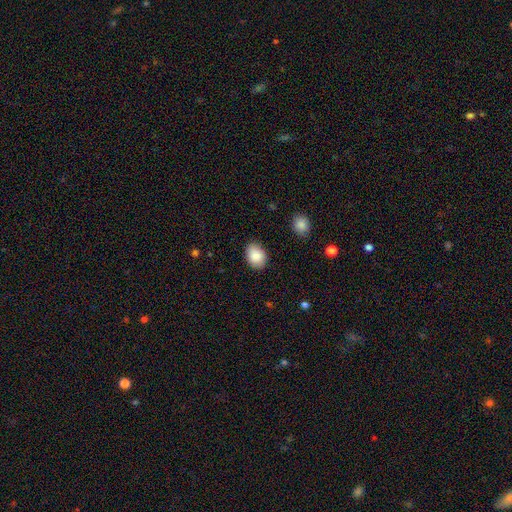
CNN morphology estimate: Smooth or featured? smooth (88%)
How rounded? in between (75%)
Merging? none (85%)